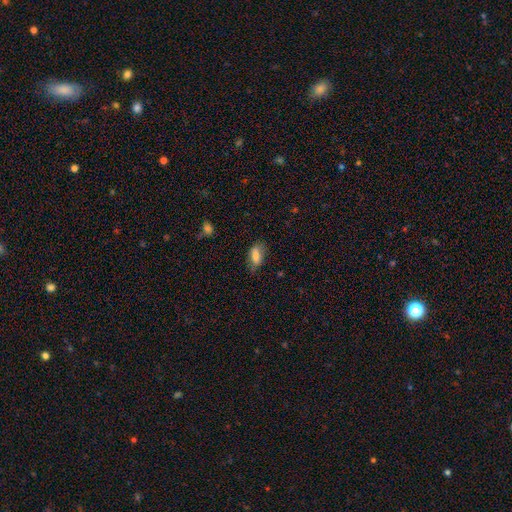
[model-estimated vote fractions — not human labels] Overall: smooth (78%). How rounded: in between (86%). Merging: none (66%).